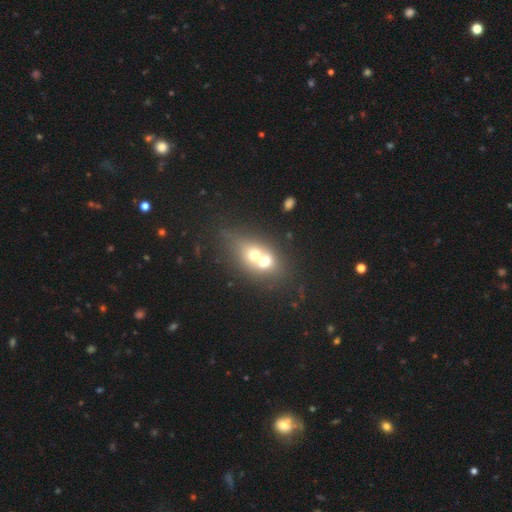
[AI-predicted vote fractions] smooth 56%, featured or disk 30%, star or artifact 13%. Down the decision tree: how rounded — in between (53%); merging — merger (67%).